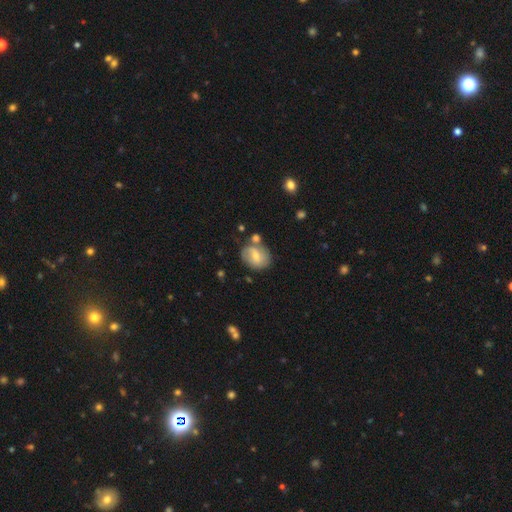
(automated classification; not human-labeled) Q: Smooth or featured?
A: smooth (49%); runner-up: featured or disk (43%)
Q: Merging?
A: none (59%); runner-up: minor disturbance (20%)